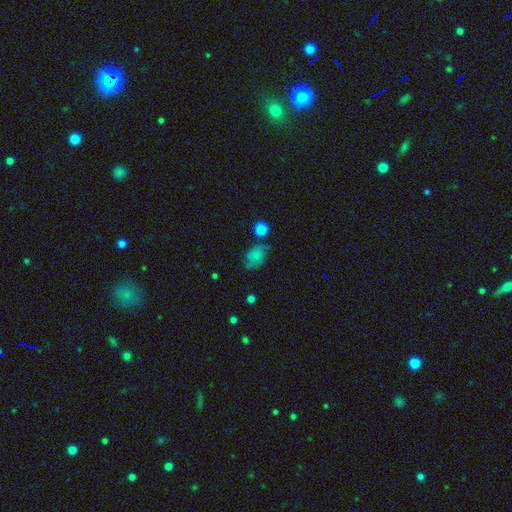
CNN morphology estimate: type=smooth (65%); roundness=in between (74%); merging=none (56%).